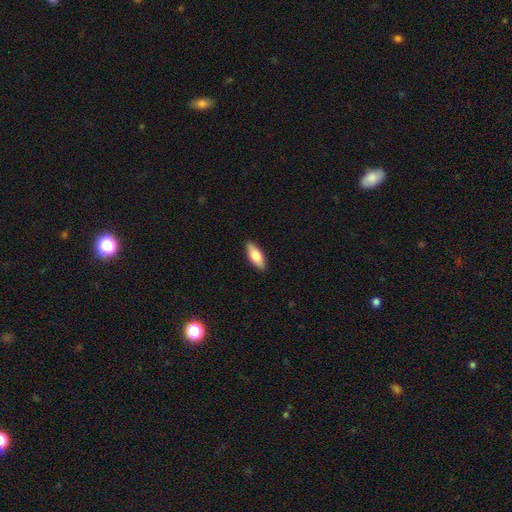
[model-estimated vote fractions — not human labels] Smooth or featured?
  - smooth: 75% *
  - featured or disk: 20%
  - star or artifact: 6%
How rounded?
  - in between: 78% *
  - cigar-shaped: 20%
  - round: 2%
Merging?
  - none: 89% *
  - minor disturbance: 8%
  - major disturbance: 2%
  - merger: 1%